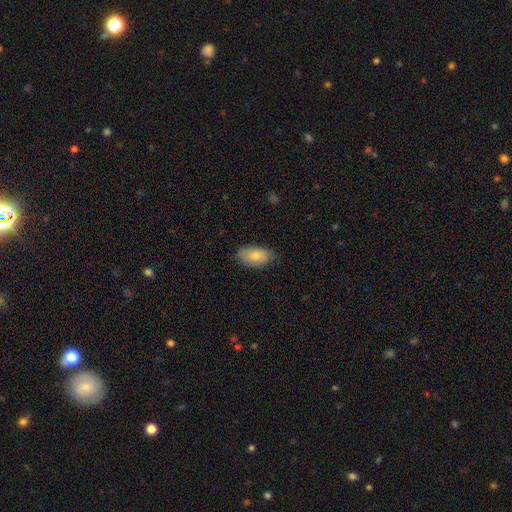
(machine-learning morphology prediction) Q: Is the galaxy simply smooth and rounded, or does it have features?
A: smooth — 80%.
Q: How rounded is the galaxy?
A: in between — 94%.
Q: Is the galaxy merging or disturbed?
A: none — 75%.